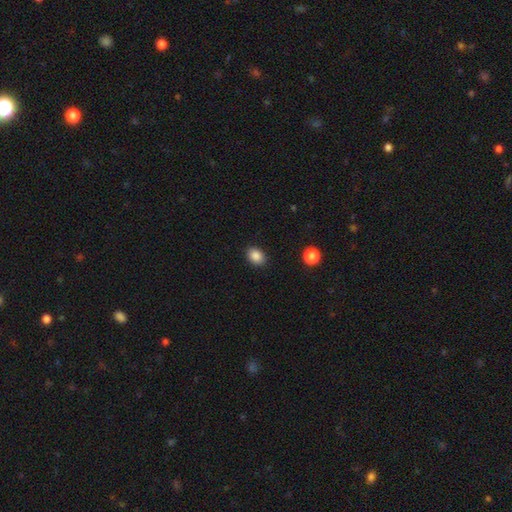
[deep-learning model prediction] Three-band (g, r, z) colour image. It shows a smooth galaxy with no disk features (87%) that is in between round and cigar-shaped (70%). Merging: none (88%).